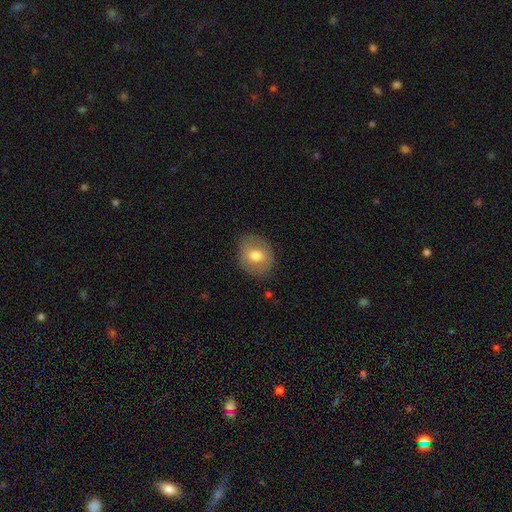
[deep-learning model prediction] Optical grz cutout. It shows a smooth galaxy with no disk features (70%) that is round (57%). Merging: none (81%).